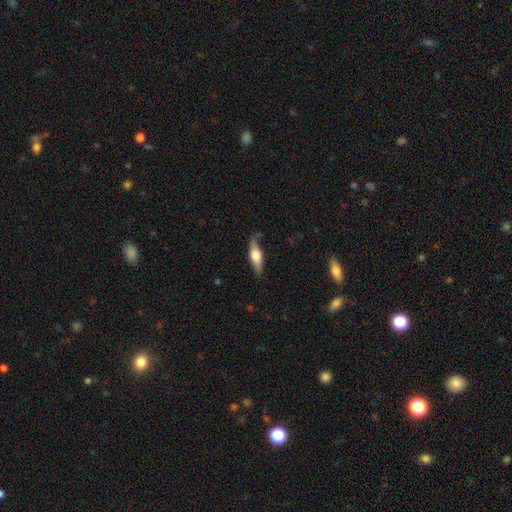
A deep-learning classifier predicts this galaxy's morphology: Smooth or featured? featured or disk (49%)
Merging? none (79%)